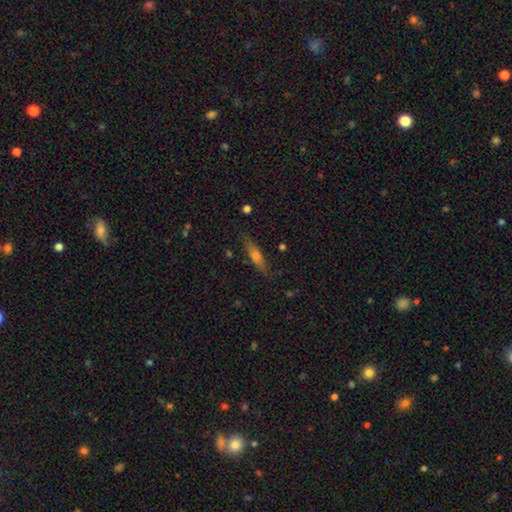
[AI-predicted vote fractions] Smooth or featured? featured or disk (46%)
Merging? none (83%)